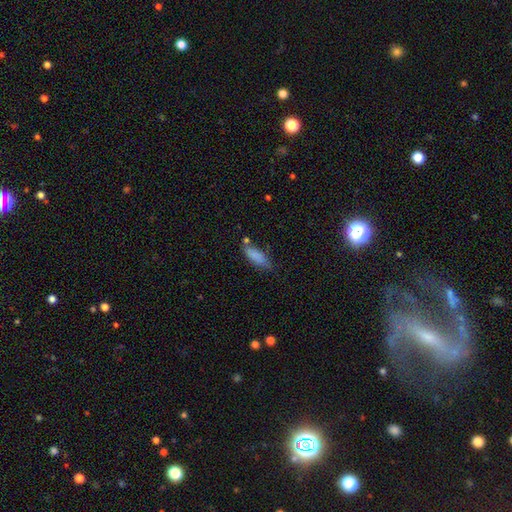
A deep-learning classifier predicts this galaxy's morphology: Smooth or featured? Predicted: smooth (p=0.83). How rounded? Predicted: in between (p=0.63). Merging? Predicted: none (p=0.61).